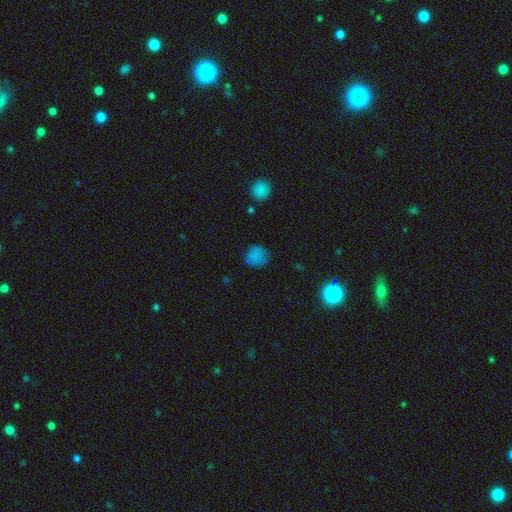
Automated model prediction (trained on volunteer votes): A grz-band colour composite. It shows a smooth galaxy with no disk features (78%) that is round (86%). Merging: none (77%).